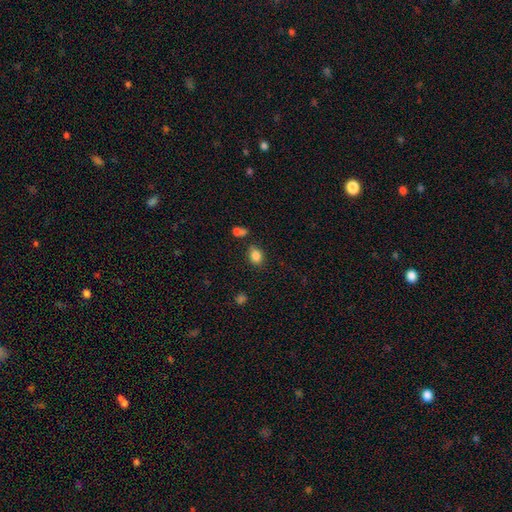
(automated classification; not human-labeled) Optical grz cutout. It shows a smooth galaxy with no disk features (84%) that is in between round and cigar-shaped (61%). Merging: none (73%).